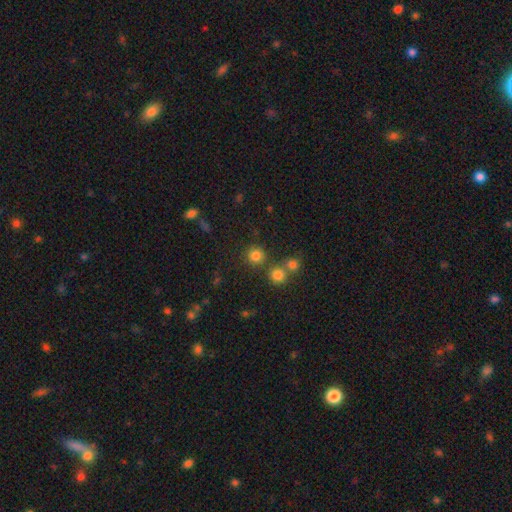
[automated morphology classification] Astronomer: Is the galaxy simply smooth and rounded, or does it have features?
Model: smooth — 78%.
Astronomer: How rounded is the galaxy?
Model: round — 92%.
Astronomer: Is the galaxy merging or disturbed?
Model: none — 76%.